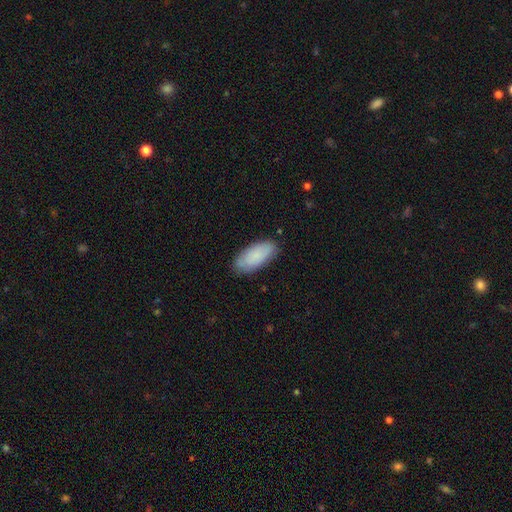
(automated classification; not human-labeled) Morphology: type=smooth (84%); roundness=in between (89%); merging=none (81%).